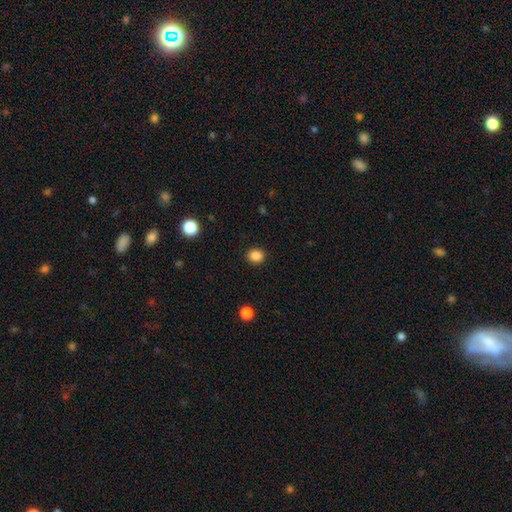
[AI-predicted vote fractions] This appears to be a smooth galaxy with no disk features (86%) that is round (71%). Merging: none (90%).